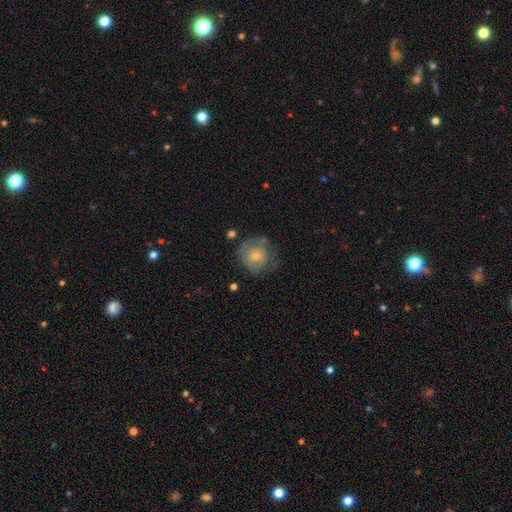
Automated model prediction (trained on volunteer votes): Smooth or featured?
  - featured or disk: 53% *
  - smooth: 38%
  - star or artifact: 9%
Edge-on disk?
  - no: 97% *
  - yes: 3%
Bar?
  - no: 84% *
  - weak: 13%
  - strong: 2%
Spiral arms?
  - yes: 57% *
  - no: 43%
Bulge size?
  - moderate: 49% *
  - small: 46%
  - large: 2%
  - none: 2%
  - dominant: 1%
Merging?
  - none: 63% *
  - minor disturbance: 23%
  - major disturbance: 12%
  - merger: 2%